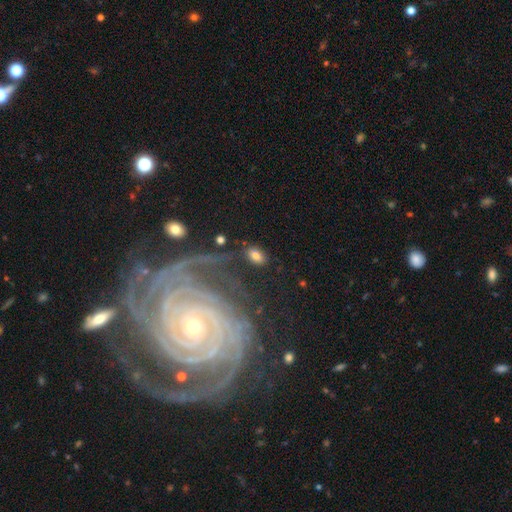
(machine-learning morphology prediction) Q: Smooth or featured?
A: smooth (75%); runner-up: featured or disk (16%)
Q: How rounded?
A: in between (89%); runner-up: round (9%)
Q: Merging?
A: none (77%); runner-up: minor disturbance (13%)